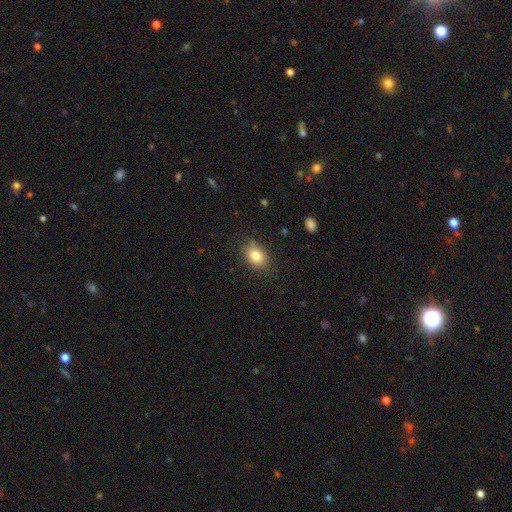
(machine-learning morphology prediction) Smooth or featured? smooth (82%)
How rounded? in between (74%)
Merging? none (81%)